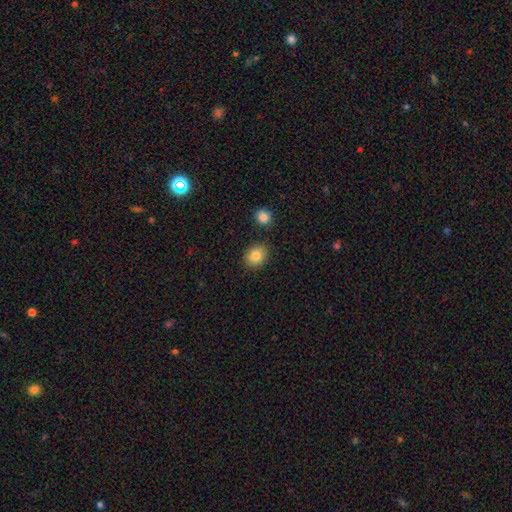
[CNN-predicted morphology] Smooth or featured?
  - smooth: 85% *
  - star or artifact: 9%
  - featured or disk: 6%
How rounded?
  - round: 59% *
  - in between: 40%
  - cigar-shaped: 1%
Merging?
  - none: 85% *
  - minor disturbance: 9%
  - merger: 4%
  - major disturbance: 2%